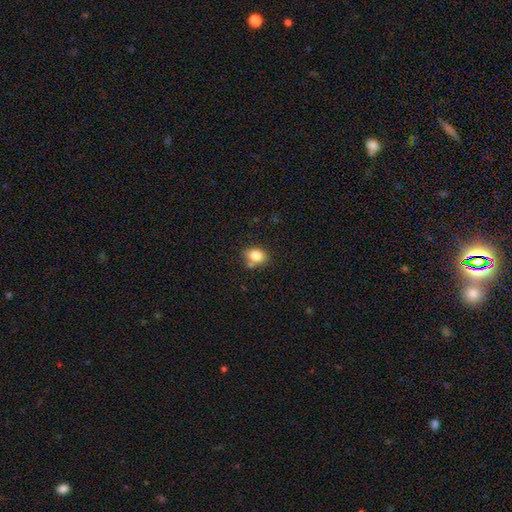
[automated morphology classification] Smooth or featured? smooth (81%)
How rounded? in between (65%)
Merging? none (67%)